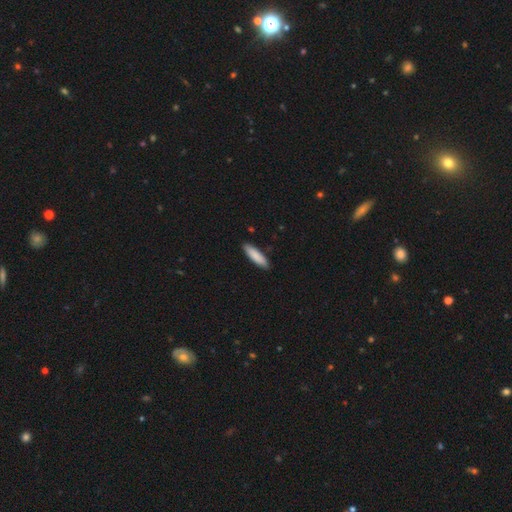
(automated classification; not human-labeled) This appears to be a smooth galaxy with no disk features (87%) that is cigar-shaped (69%). Merging: none (89%).